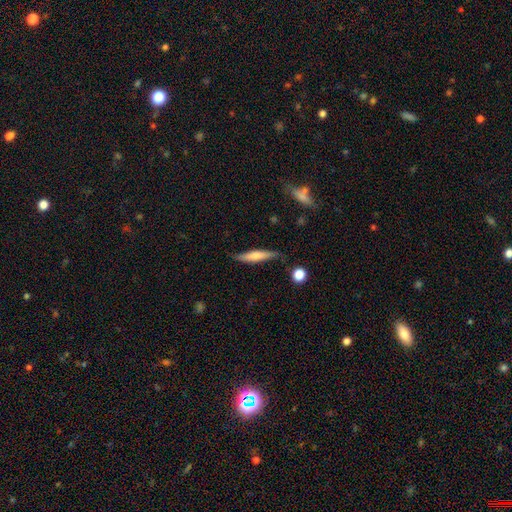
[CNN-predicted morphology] A smooth galaxy with no disk features (57%) that is cigar-shaped (86%). Merging: none (75%).